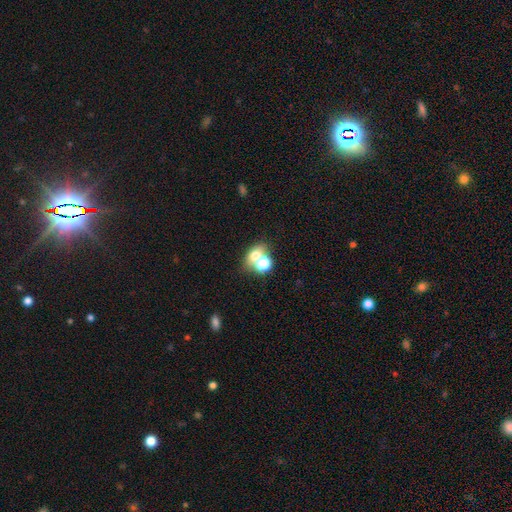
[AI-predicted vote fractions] This appears to be a smooth galaxy with no disk features (66%) that is in between round and cigar-shaped (58%). Merging: merger (49%).